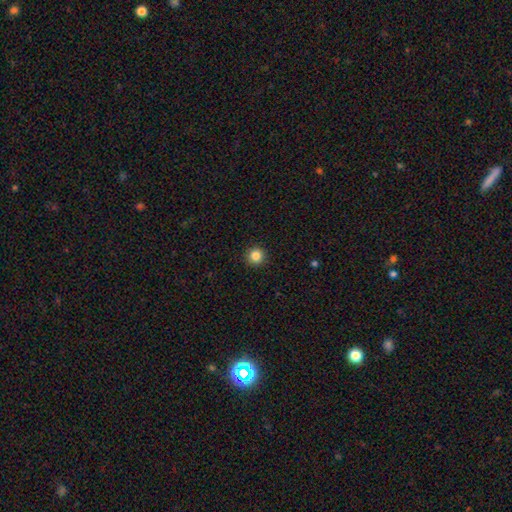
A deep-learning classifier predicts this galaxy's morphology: This is clearly a smooth galaxy (85%). How rounded: clearly round (96%). Merging: clearly none (93%).